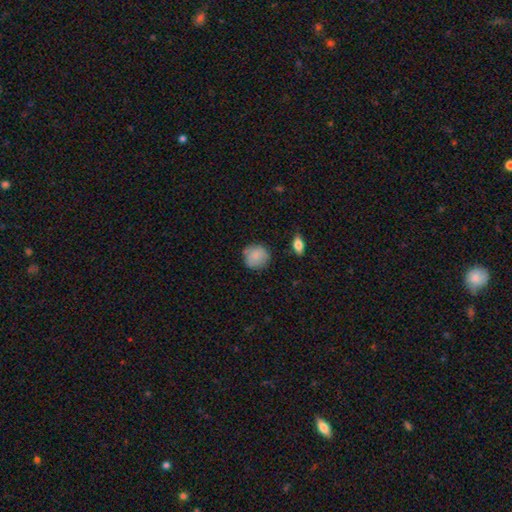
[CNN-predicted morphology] A smooth galaxy with no disk features (84%) that is round (88%). Merging: none (75%).